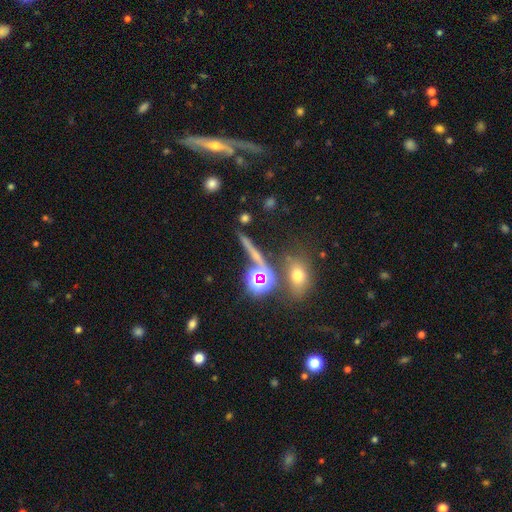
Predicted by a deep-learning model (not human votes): Q: Smooth or featured?
A: smooth (39%); runner-up: star or artifact (34%)
Q: Merging?
A: none (76%); runner-up: minor disturbance (10%)